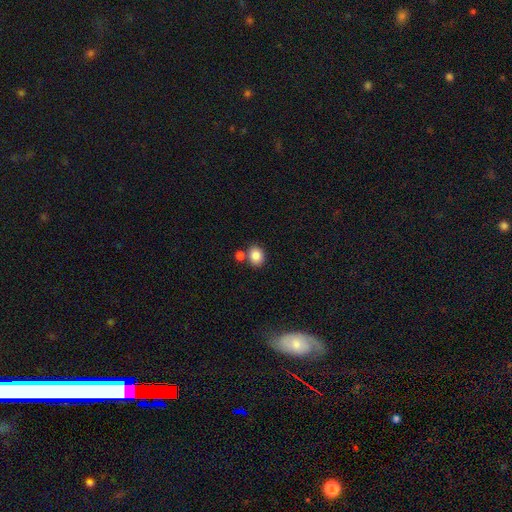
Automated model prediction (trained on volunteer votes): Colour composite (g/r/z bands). It shows a smooth galaxy with no disk features (85%) that is round (56%). Merging: none (65%).